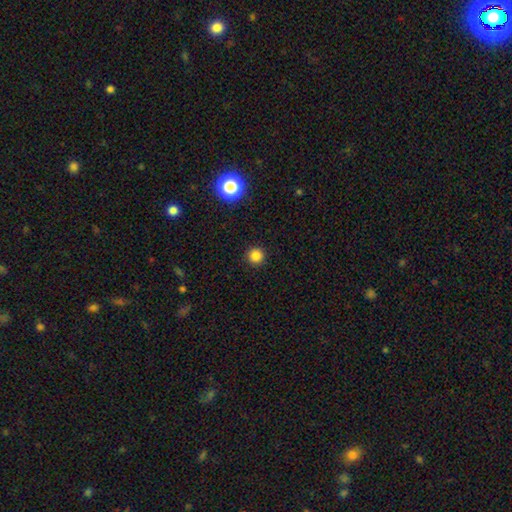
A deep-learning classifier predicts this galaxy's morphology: type=smooth (83%); roundness=round (96%); merging=none (93%).